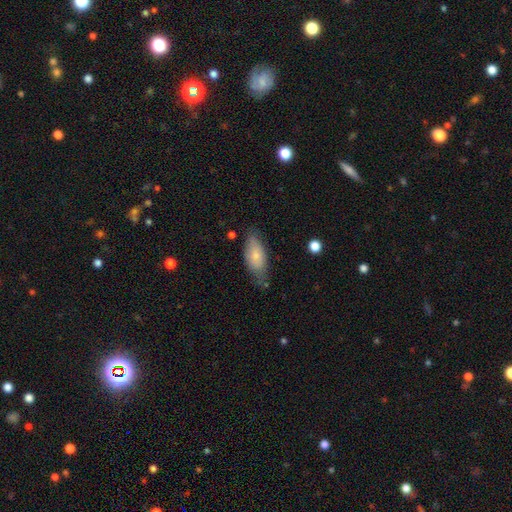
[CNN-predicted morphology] The model was most divided on "merging": none: 61%, minor disturbance: 29%, major disturbance: 7%, merger: 3%. More confident: how rounded — in between (86%); smooth or featured — smooth (73%).